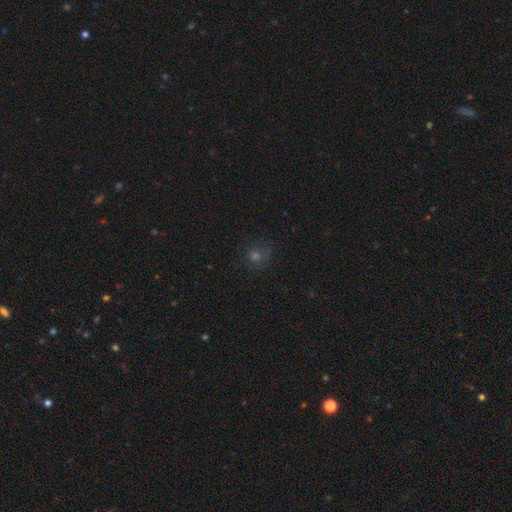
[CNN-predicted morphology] Smooth or featured: smooth — 54% (star or artifact — 33%)
How rounded: round — 85% (in between — 13%)
Merging: none — 77% (minor disturbance — 14%)